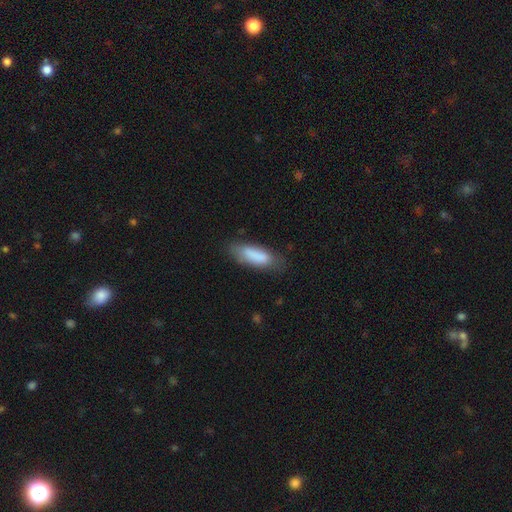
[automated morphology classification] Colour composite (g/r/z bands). It shows a smooth galaxy with no disk features (82%) that is in between round and cigar-shaped (57%). Merging: none (68%).